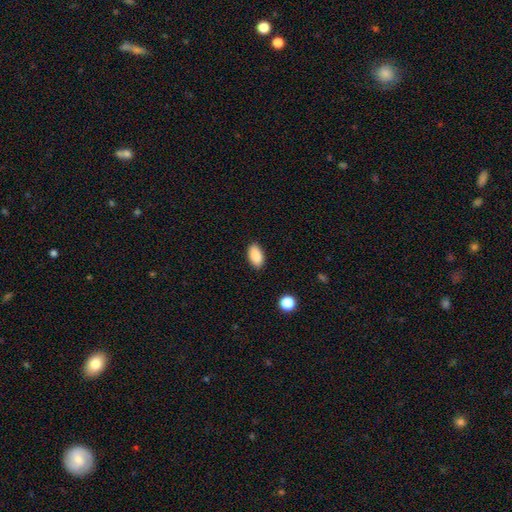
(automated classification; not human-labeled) Smooth or featured?
  - smooth: 89% *
  - star or artifact: 7%
  - featured or disk: 3%
How rounded?
  - in between: 93% *
  - round: 4%
  - cigar-shaped: 3%
Merging?
  - none: 88% *
  - minor disturbance: 8%
  - major disturbance: 2%
  - merger: 1%